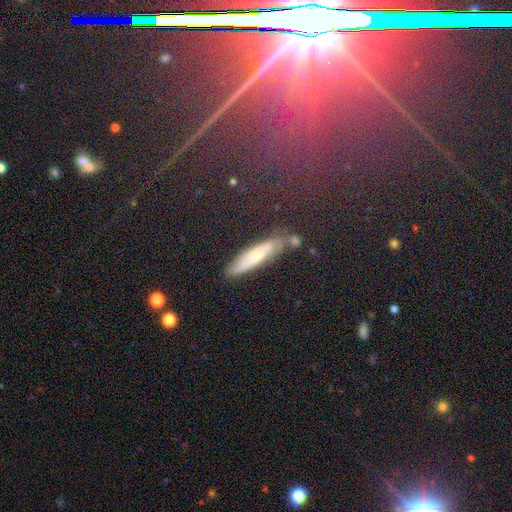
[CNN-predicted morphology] Smooth or featured: smooth — 47% (featured or disk — 41%)
Merging: none — 76% (minor disturbance — 16%)